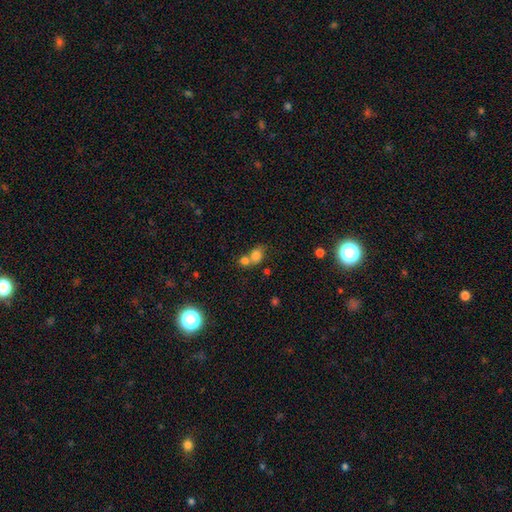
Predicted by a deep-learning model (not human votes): smooth-or-featured: smooth: 77% | star or artifact: 12% | featured or disk: 10%
  how-rounded: round: 54% | in between: 44% | cigar-shaped: 1%
  merging: merger: 56% | none: 32% | minor disturbance: 8% | major disturbance: 4%